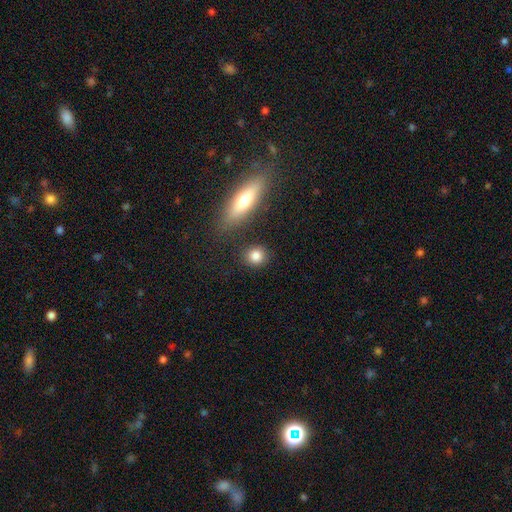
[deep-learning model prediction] Overall: smooth (83%). How rounded: round (81%). Merging: none (85%).